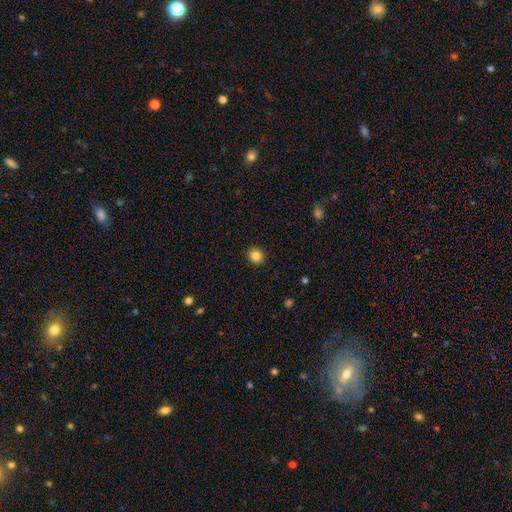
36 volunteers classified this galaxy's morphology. Smooth or featured? 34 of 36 (94%) said smooth. How rounded? 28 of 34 (82%) said round. Merging? 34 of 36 (94%) said none.